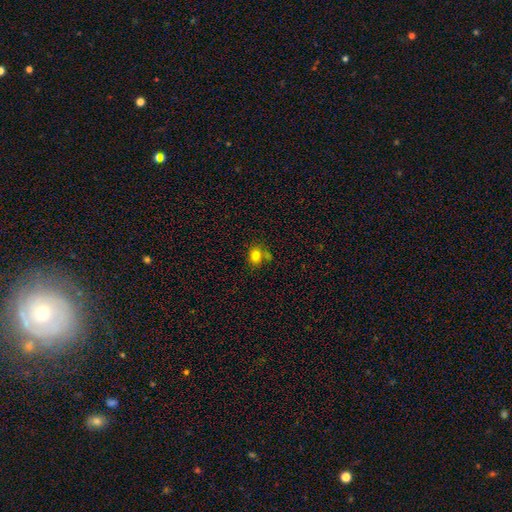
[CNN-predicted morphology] Smooth or featured: smooth — 81% (star or artifact — 12%)
How rounded: round — 61% (in between — 38%)
Merging: none — 65% (minor disturbance — 17%)